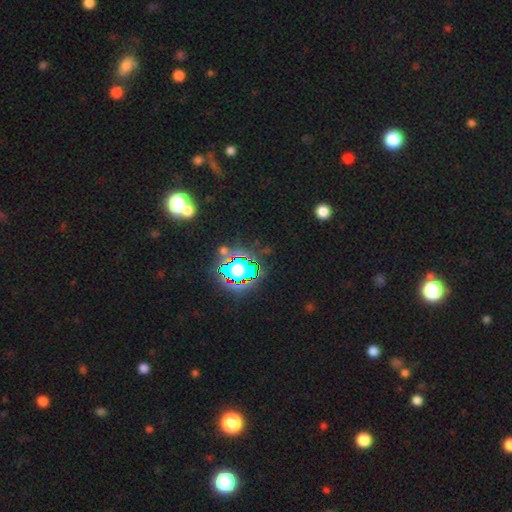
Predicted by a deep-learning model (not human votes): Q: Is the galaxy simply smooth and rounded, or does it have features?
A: star or artifact — 82%.